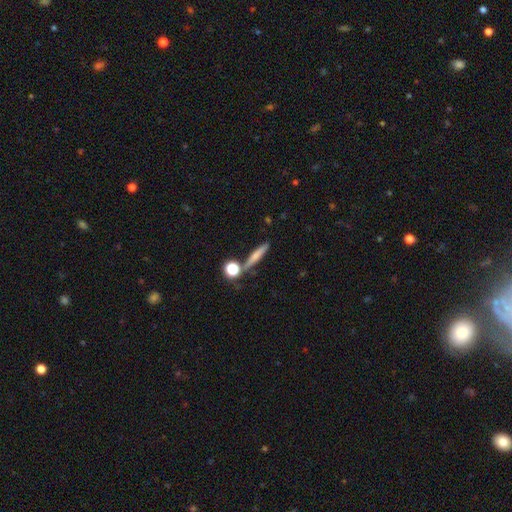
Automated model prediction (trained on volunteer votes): Overall: smooth (60%; featured or disk 29%). How rounded: cigar-shaped (79%). Merging: none (75%).